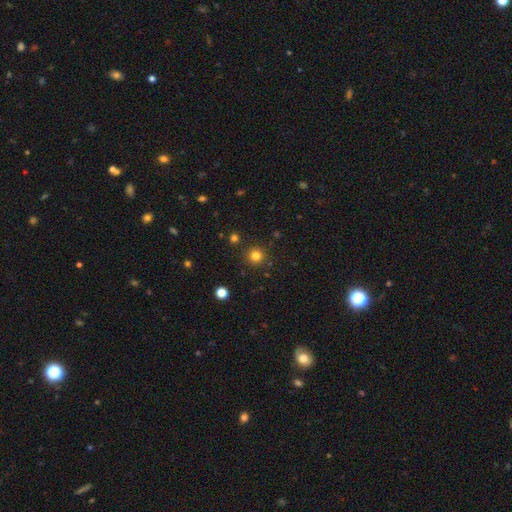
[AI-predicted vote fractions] A smooth galaxy with no disk features (80%) that is round (95%).

Vote fractions:
- Smooth or featured? smooth: 80% / star or artifact: 15% / featured or disk: 5%
- How rounded? round: 95% / in between: 5% / cigar-shaped: 1%
- Merging? none: 89% / minor disturbance: 6% / merger: 3% / major disturbance: 2%